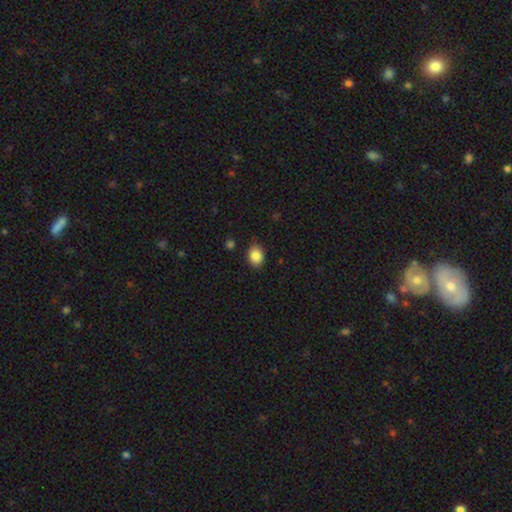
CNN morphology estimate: This appears to be a smooth galaxy with no disk features (86%) that is in between round and cigar-shaped (53%). Merging: none (84%).